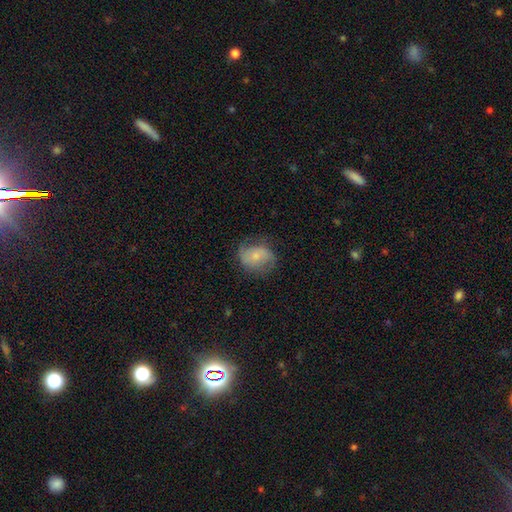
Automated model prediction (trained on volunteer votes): Overall: smooth (54%; featured or disk 38%). How rounded: in between (53%; round 46%). Merging: none (62%; minor disturbance 24%).